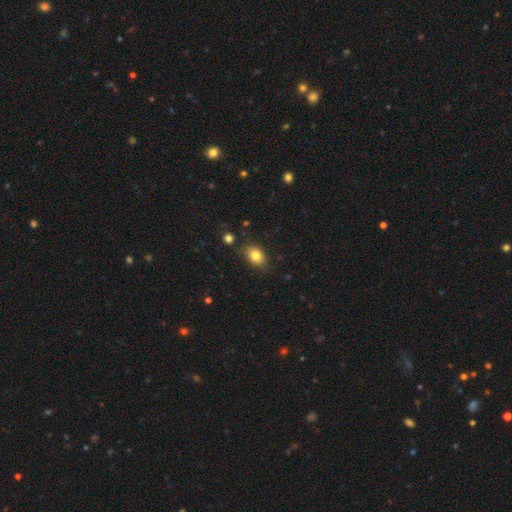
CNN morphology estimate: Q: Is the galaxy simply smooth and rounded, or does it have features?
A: smooth — 81%.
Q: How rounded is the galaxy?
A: in between — 75%.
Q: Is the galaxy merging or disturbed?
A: none — 79%.